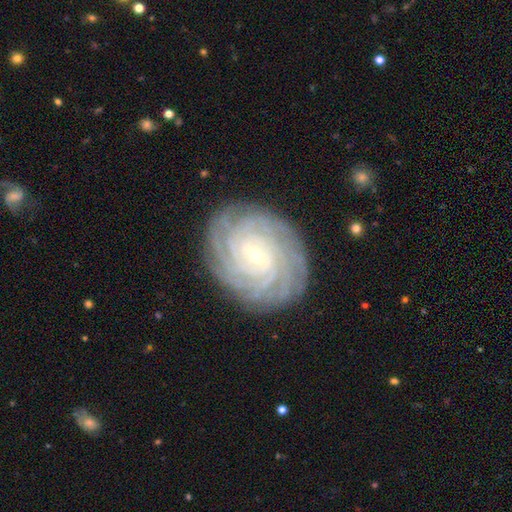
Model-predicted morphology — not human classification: The model was most divided on "spiral arm count": more than 4: 28%, 4: 24%, can't tell: 22%, 3: 10%, 2: 8%, 1: 8%. More confident: spiral arms — yes (98%); edge-on disk — no (98%); smooth or featured — featured or disk (89%); spiral winding — tight (87%); merging — none (85%); bulge size — small (75%); bar — weak (55%).